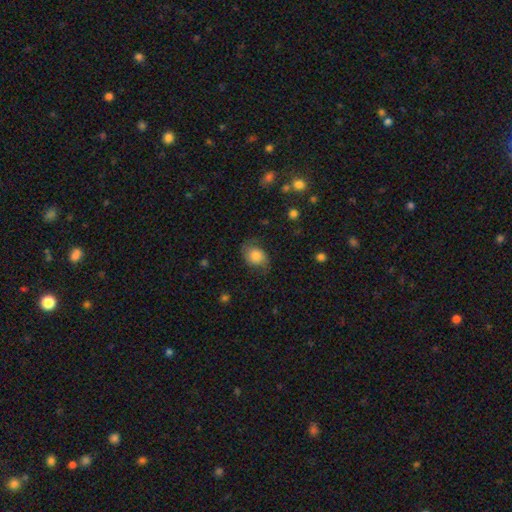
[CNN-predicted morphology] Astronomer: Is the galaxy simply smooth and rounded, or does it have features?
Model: smooth — 60%.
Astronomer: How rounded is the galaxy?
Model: in between — 52% (runner-up: round, 47%).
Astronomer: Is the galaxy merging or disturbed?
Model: none — 62%.